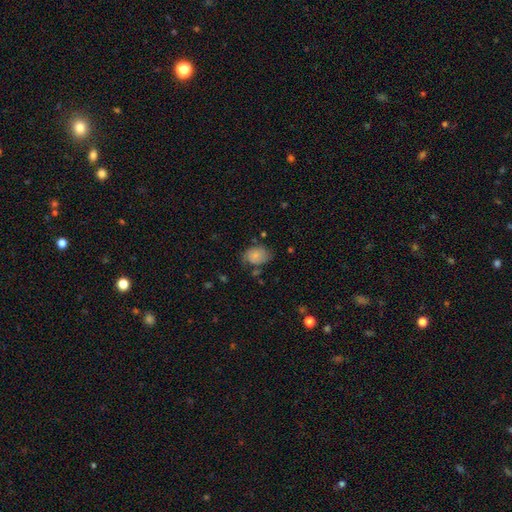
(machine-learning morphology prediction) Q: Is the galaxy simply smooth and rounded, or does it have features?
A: smooth — 71%.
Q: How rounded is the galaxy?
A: in between — 70%.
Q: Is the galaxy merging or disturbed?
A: none — 56%.